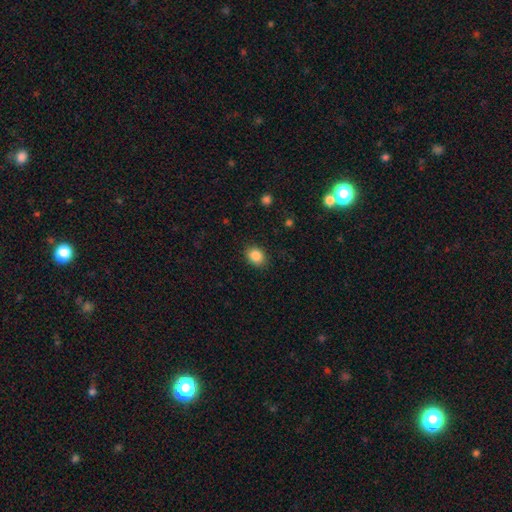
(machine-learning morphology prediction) Q: Smooth or featured?
A: smooth (87%); runner-up: star or artifact (9%)
Q: How rounded?
A: in between (51%); runner-up: round (48%)
Q: Merging?
A: none (87%); runner-up: minor disturbance (9%)